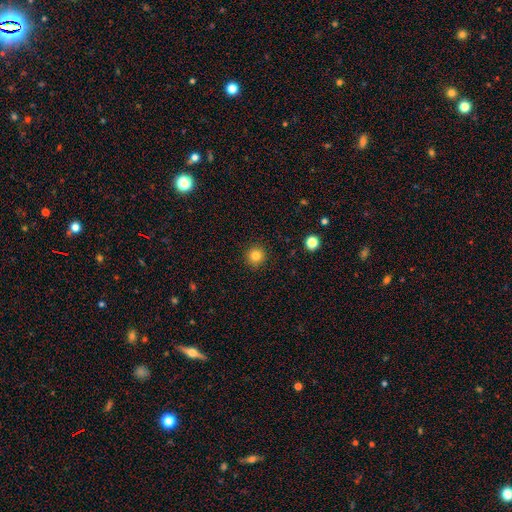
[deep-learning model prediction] smooth_or_featured: smooth (p=0.82) [alt: star or artifact p=0.12]
how_rounded: round (p=0.95) [alt: in between p=0.04]
merging: none (p=0.92) [alt: minor disturbance p=0.05]